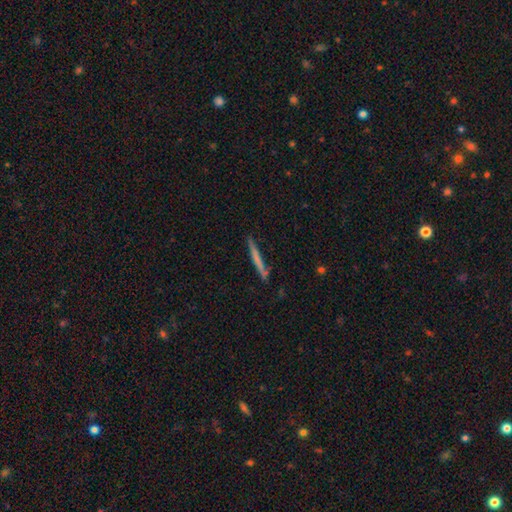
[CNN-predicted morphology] This appears to be a featured or disk galaxy (43%). Merging: none (86%).